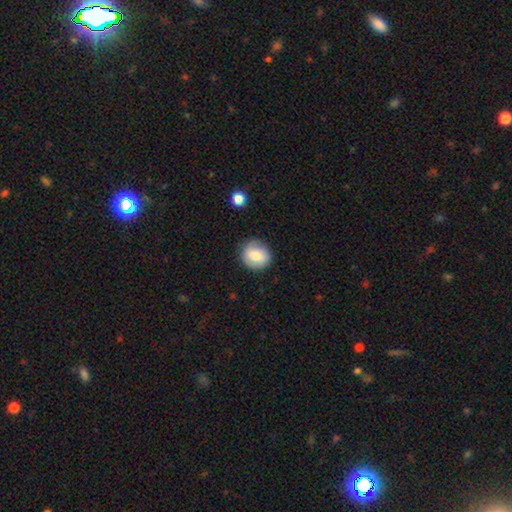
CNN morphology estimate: A smooth galaxy with no disk features (75%) that is round (82%).

Vote fractions:
- Smooth or featured? smooth: 75% / featured or disk: 18% / star or artifact: 8%
- How rounded? round: 82% / in between: 17% / cigar-shaped: 1%
- Merging? none: 84% / minor disturbance: 12% / major disturbance: 3% / merger: 1%